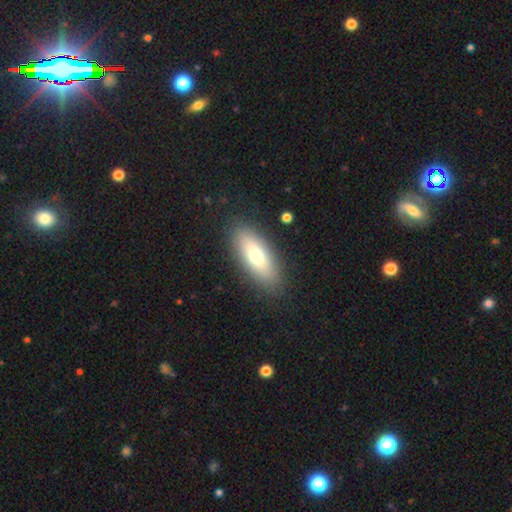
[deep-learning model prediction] Smooth or featured? smooth (70%)
How rounded? in between (76%)
Merging? none (87%)